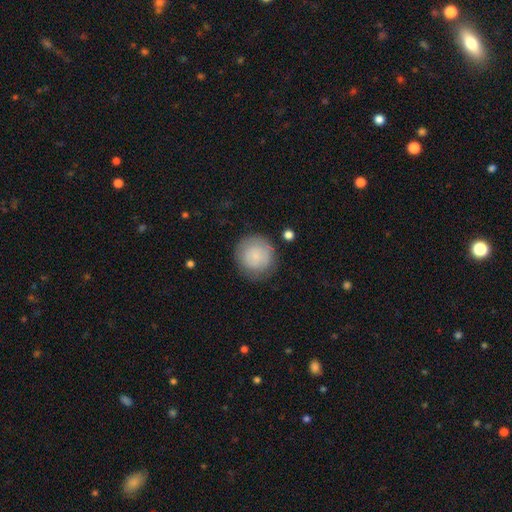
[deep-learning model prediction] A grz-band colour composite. It shows a smooth galaxy with no disk features (76%) that is round (92%). Merging: none (79%).